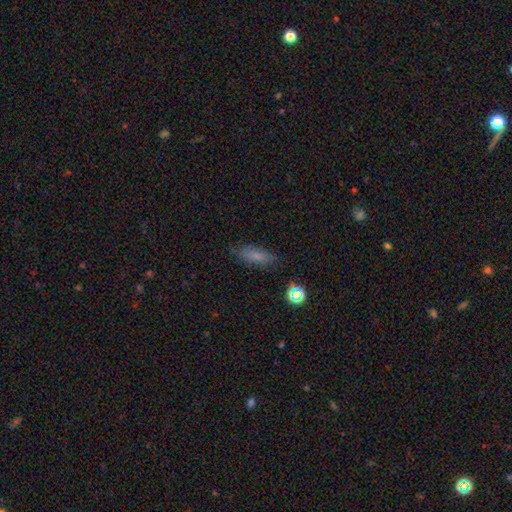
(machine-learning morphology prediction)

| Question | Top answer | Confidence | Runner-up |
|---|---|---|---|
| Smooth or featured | smooth | 70% | featured or disk (17%) |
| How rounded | in between | 63% | cigar-shaped (33%) |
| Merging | none | 78% | minor disturbance (16%) |